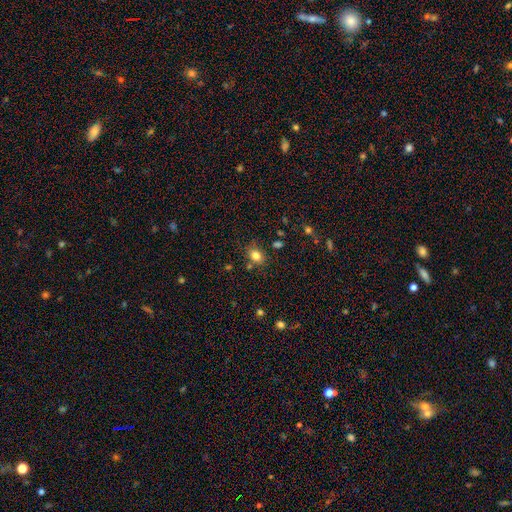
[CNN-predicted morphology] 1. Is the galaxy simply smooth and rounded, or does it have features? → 80% smooth, 12% star or artifact, 8% featured or disk.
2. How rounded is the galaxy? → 60% in between, 39% round, 1% cigar-shaped.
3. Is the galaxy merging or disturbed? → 73% none, 15% minor disturbance, 7% merger, 4% major disturbance.